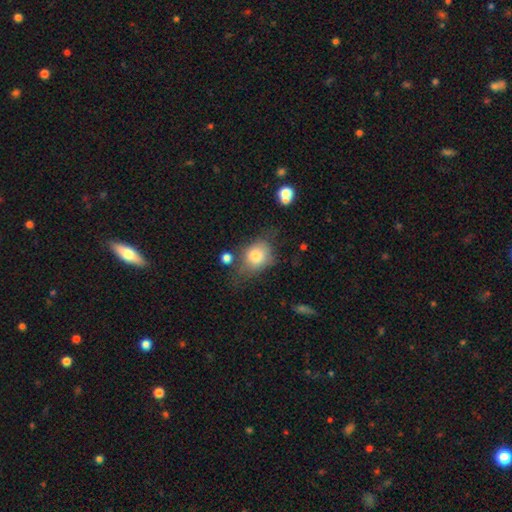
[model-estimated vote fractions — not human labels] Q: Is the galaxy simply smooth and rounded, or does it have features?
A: smooth — 74%.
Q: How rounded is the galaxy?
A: in between — 52%.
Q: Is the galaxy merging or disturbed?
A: none — 42%.